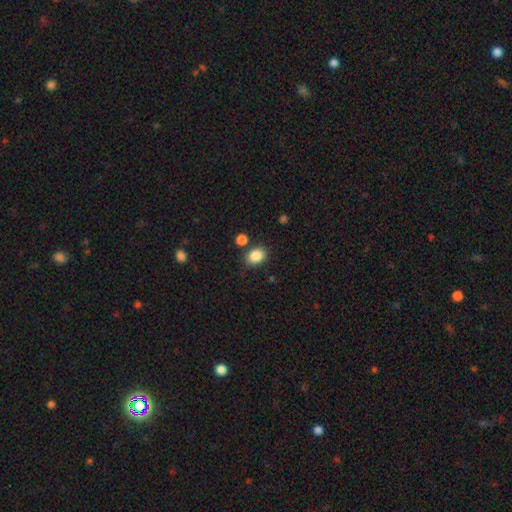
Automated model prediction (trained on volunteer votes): Q: Smooth or featured?
A: smooth (86%); runner-up: star or artifact (9%)
Q: How rounded?
A: in between (67%); runner-up: round (32%)
Q: Merging?
A: none (78%); runner-up: minor disturbance (11%)